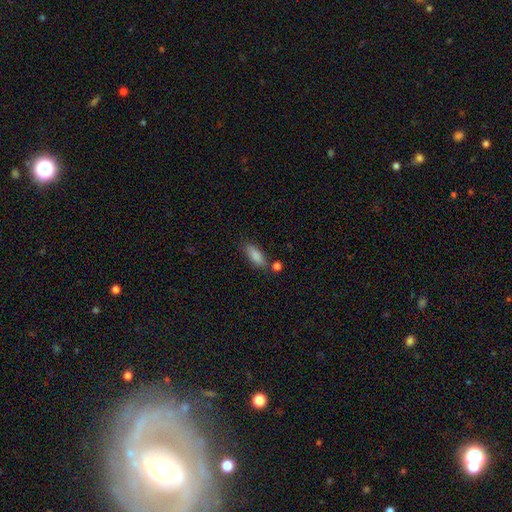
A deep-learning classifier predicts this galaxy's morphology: Smooth or featured: smooth — 86% (star or artifact — 7%)
How rounded: in between — 73% (cigar-shaped — 24%)
Merging: none — 69% (minor disturbance — 15%)